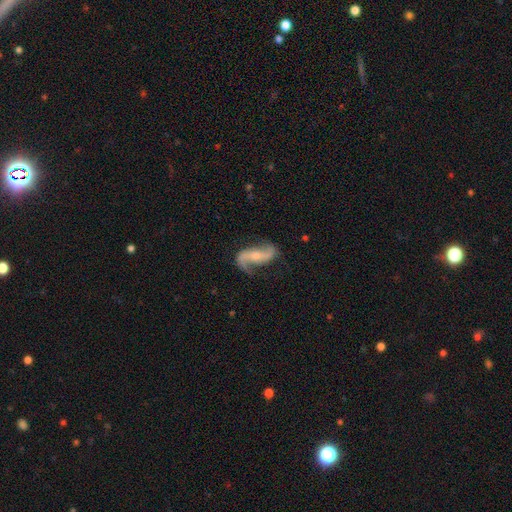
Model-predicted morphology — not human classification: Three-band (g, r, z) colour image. It shows a featured or disk galaxy (87%) with a strong bar (35%), 2 (92%) loose (69%) spiral arms (96%) and a small central bulge (58%). Merging: none (75%).